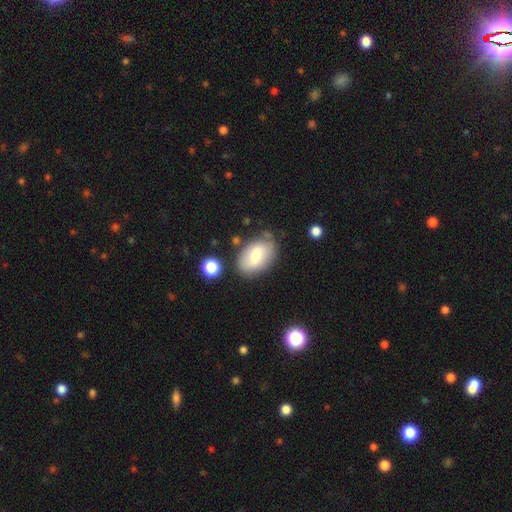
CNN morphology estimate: Smooth or featured? smooth (64%)
How rounded? in between (89%)
Merging? none (72%)